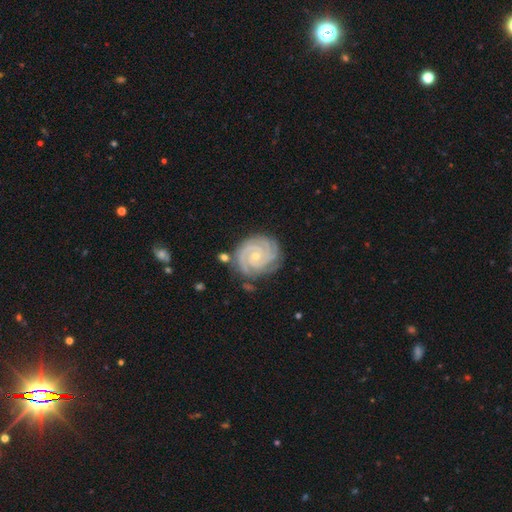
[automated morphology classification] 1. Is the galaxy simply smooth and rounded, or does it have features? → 92% featured or disk, 4% star or artifact, 3% smooth.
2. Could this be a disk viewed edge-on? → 98% no, 2% yes.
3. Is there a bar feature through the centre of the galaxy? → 72% no, 20% weak, 8% strong.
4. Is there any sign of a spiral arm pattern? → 99% yes, 1% no.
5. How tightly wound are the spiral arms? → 86% tight, 13% medium, 1% loose.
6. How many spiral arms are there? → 36% 3, 24% 2, 20% 4, 9% can't tell, 6% more than 4, 5% 1.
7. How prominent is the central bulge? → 73% small, 24% moderate, 1% none, 1% large, 1% dominant.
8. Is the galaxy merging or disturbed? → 78% none, 16% minor disturbance, 4% major disturbance, 3% merger.